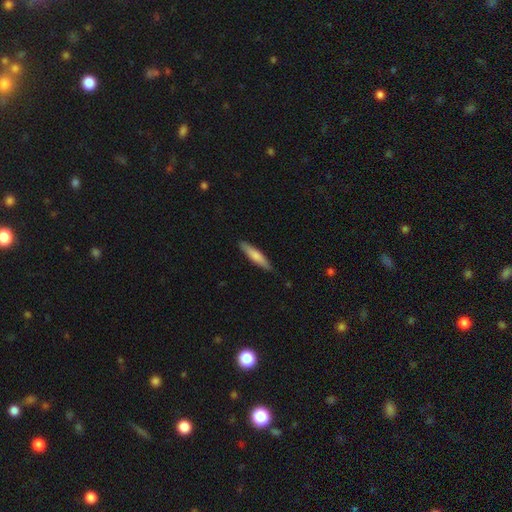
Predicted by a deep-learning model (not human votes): Morphology: type=smooth (72%); roundness=cigar-shaped (85%); merging=none (88%).